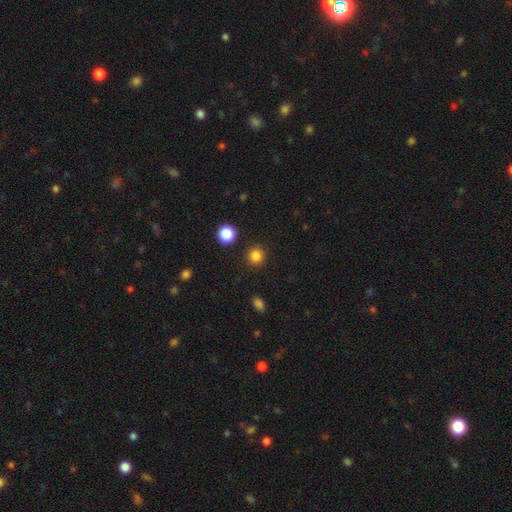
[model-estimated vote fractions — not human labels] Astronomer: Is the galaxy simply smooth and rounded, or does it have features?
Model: smooth — 84%.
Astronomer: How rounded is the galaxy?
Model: round — 92%.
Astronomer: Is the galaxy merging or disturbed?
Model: none — 91%.